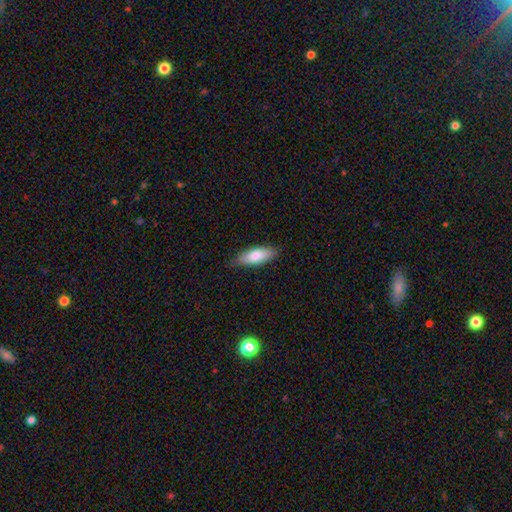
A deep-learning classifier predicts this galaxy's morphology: smooth 79%, featured or disk 15%, star or artifact 6%. Down the decision tree: how rounded — in between (68%); merging — none (81%).